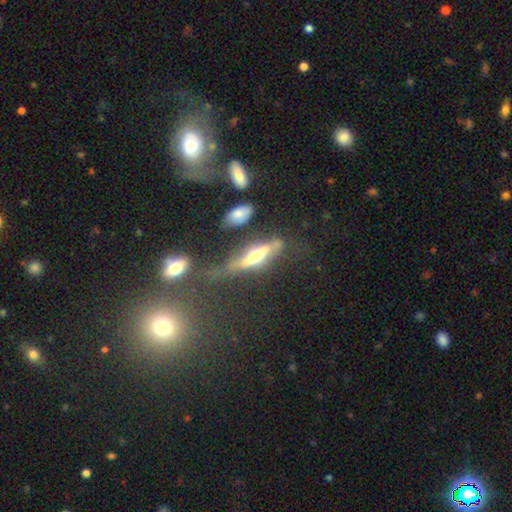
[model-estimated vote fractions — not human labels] Smooth or featured? featured or disk (63%)
Edge-on disk? yes (81%)
Edge-on bulge? rounded (83%)
Merging? none (40%)